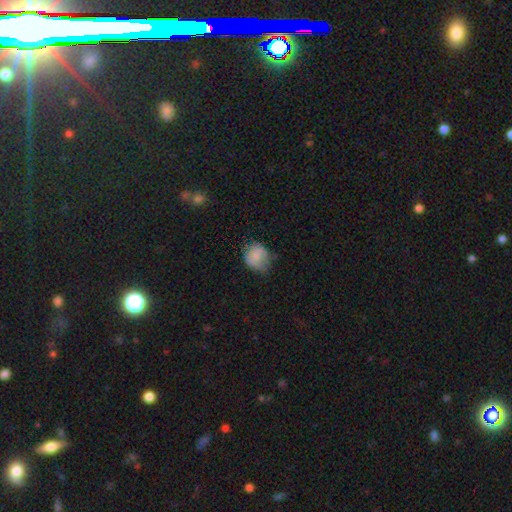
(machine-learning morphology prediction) Smooth or featured? Predicted: smooth (p=0.76). How rounded? Predicted: round (p=0.73). Merging? Predicted: none (p=0.48).